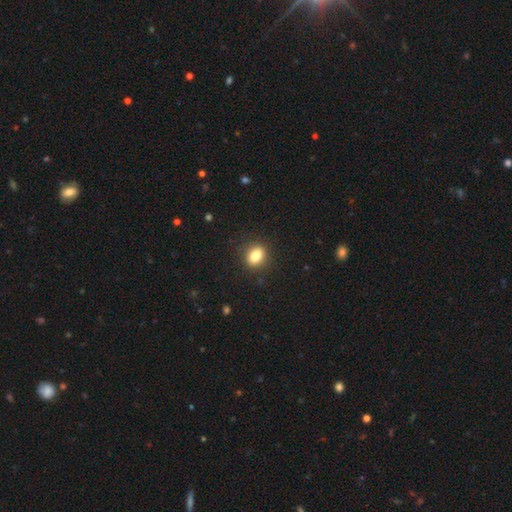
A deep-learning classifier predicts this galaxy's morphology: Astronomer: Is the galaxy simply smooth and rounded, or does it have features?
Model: smooth — 83%.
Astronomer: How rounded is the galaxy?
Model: in between — 52% (runner-up: round, 47%).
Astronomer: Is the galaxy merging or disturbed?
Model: none — 88%.